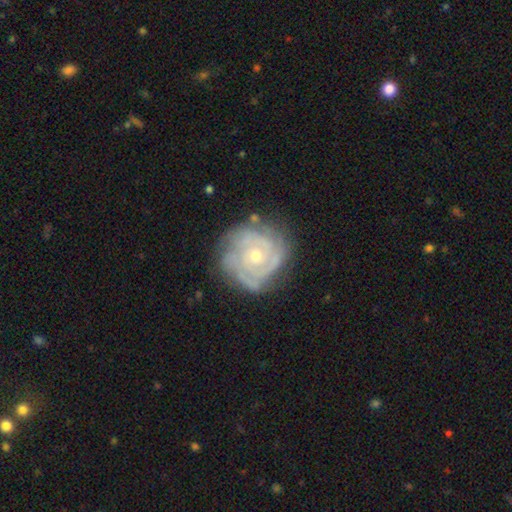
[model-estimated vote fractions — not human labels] smooth_or_featured: featured or disk (p=0.86) [alt: smooth p=0.08]
disk_edge_on: no (p=0.98) [alt: yes p=0.02]
bar: no (p=0.80) [alt: weak p=0.16]
has_spiral_arms: yes (p=0.95) [alt: no p=0.05]
spiral_winding: tight (p=0.78) [alt: medium p=0.18]
spiral_arm_count: 3 (p=0.29) [alt: can't tell p=0.27]
bulge_size: small (p=0.55) [alt: moderate p=0.42]
merging: none (p=0.72) [alt: minor disturbance p=0.19]